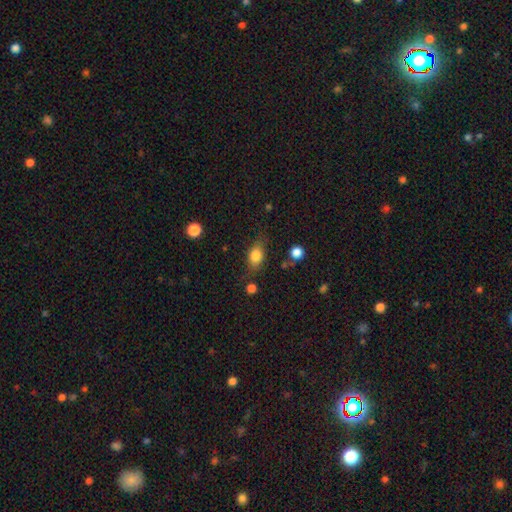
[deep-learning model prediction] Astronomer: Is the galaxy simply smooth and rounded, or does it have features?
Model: smooth — 78%.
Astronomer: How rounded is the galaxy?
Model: in between — 74%.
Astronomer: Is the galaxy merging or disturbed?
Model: none — 68%.